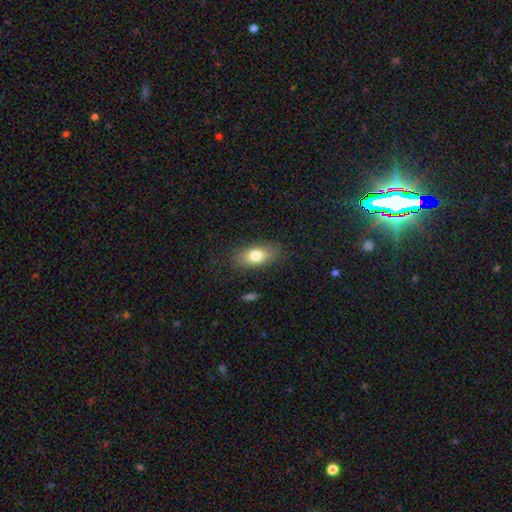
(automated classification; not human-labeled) This is likely a smooth galaxy (78%). How rounded: clearly in between (86%). Merging: clearly none (83%).